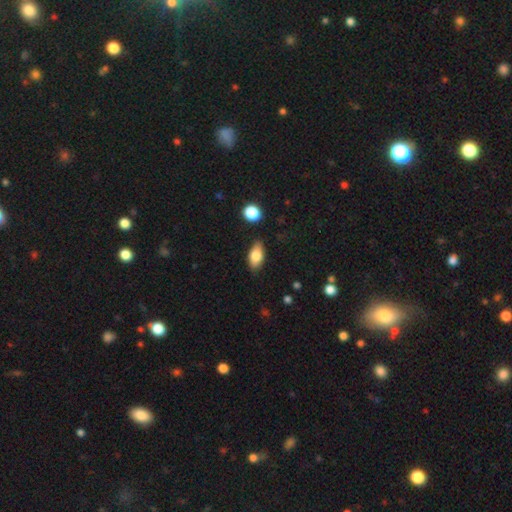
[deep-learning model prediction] The model was most divided on "smooth or featured": smooth: 79%, featured or disk: 14%, star or artifact: 7%. More confident: how rounded — in between (88%); merging — none (84%).